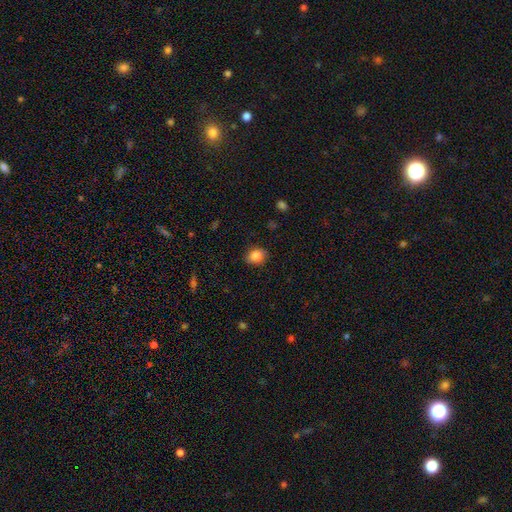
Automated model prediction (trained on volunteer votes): Smooth or featured: smooth — 86% (star or artifact — 9%)
How rounded: in between — 55% (round — 44%)
Merging: none — 82% (minor disturbance — 14%)